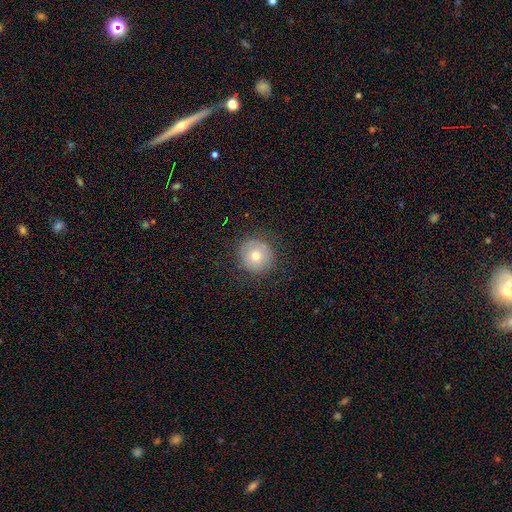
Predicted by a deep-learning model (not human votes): Smooth or featured: smooth — 67% (featured or disk — 21%)
How rounded: round — 94% (in between — 5%)
Merging: none — 82% (minor disturbance — 12%)